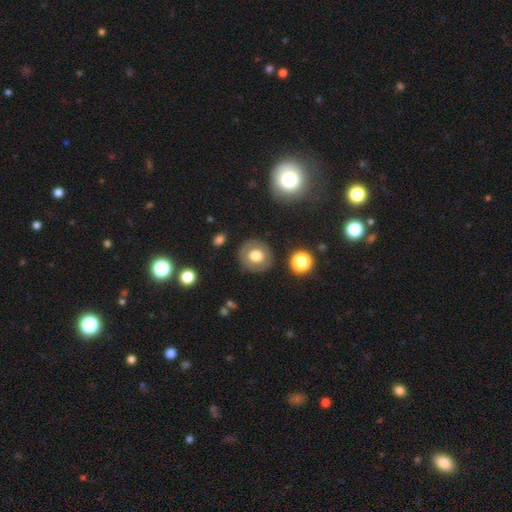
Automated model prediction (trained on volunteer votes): smooth-or-featured: smooth: 67% | featured or disk: 24% | star or artifact: 10%
  how-rounded: round: 90% | in between: 9% | cigar-shaped: 1%
  merging: none: 86% | minor disturbance: 9% | major disturbance: 4% | merger: 2%